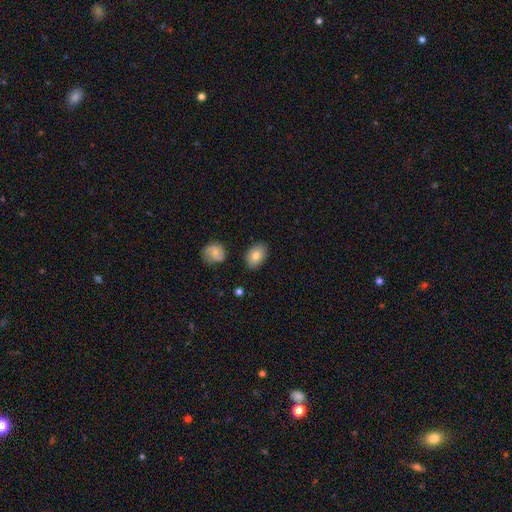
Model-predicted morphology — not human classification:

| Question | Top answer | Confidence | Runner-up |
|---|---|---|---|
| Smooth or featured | smooth | 81% | featured or disk (12%) |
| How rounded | in between | 82% | round (17%) |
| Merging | none | 84% | minor disturbance (11%) |